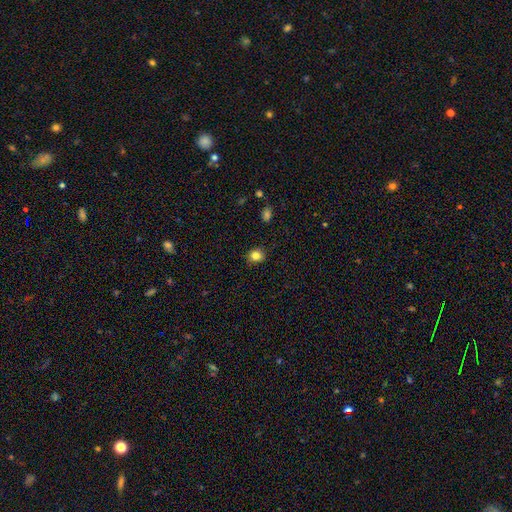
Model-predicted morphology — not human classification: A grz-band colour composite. It shows a smooth galaxy with no disk features (83%) that is round (73%). Merging: none (86%).